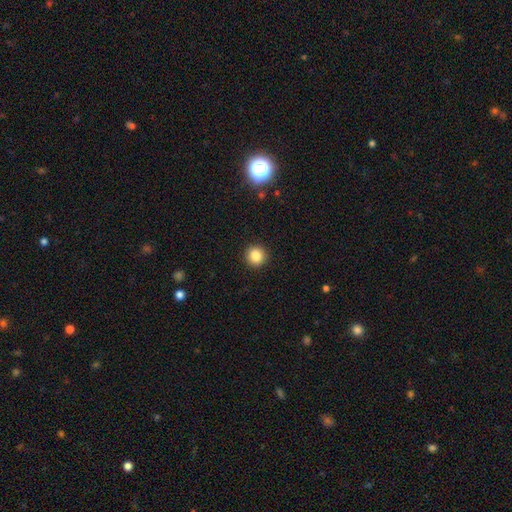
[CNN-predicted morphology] A smooth galaxy with no disk features (85%) that is round (94%).

Vote fractions:
- Smooth or featured? smooth: 85% / star or artifact: 10% / featured or disk: 4%
- How rounded? round: 94% / in between: 5% / cigar-shaped: 1%
- Merging? none: 92% / minor disturbance: 5% / major disturbance: 2% / merger: 1%